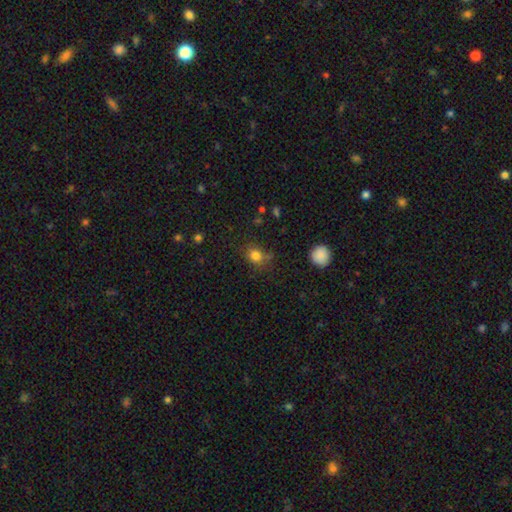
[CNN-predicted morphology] smooth_or_featured: smooth (p=0.81) [alt: star or artifact p=0.13]
how_rounded: round (p=0.62) [alt: in between p=0.37]
merging: none (p=0.71) [alt: minor disturbance p=0.19]